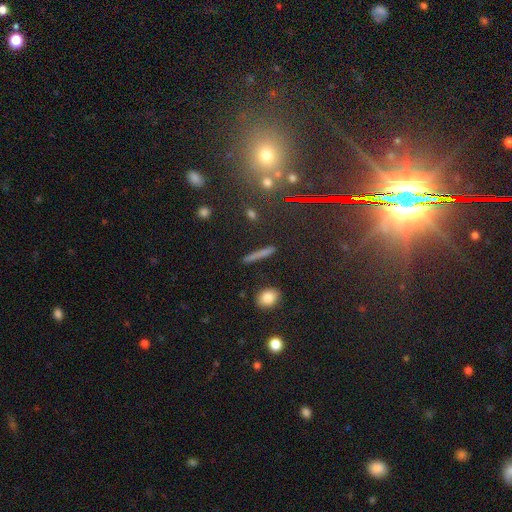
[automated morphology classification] This is likely a smooth galaxy (62%). How rounded: likely cigar-shaped (67%). Merging: clearly none (88%).